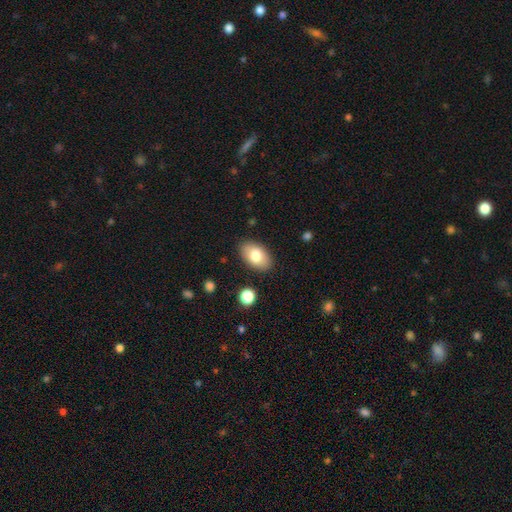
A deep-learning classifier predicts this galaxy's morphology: This is likely a smooth galaxy (79%). How rounded: clearly in between (92%). Merging: clearly none (86%).